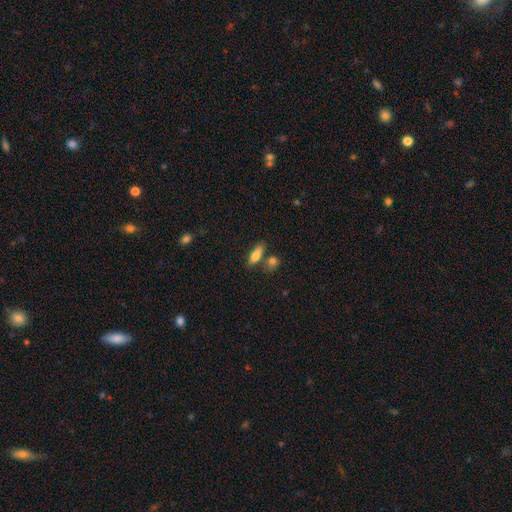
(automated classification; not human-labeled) Smooth or featured: smooth — 74% (featured or disk — 19%)
How rounded: in between — 55% (cigar-shaped — 42%)
Merging: none — 67% (merger — 16%)